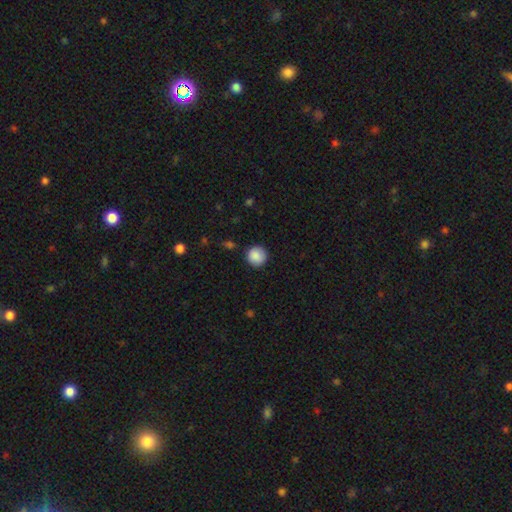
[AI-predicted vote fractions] A smooth galaxy with no disk features (88%) that is round (94%). Merging: none (89%).